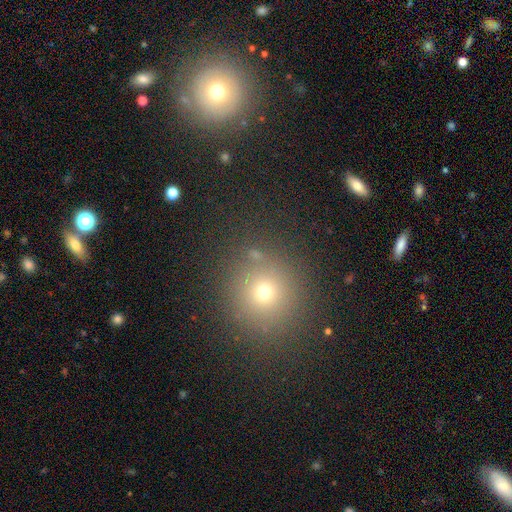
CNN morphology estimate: smooth 65%, star or artifact 26%, featured or disk 9%. Down the decision tree: how rounded — round (92%); merging — none (83%).